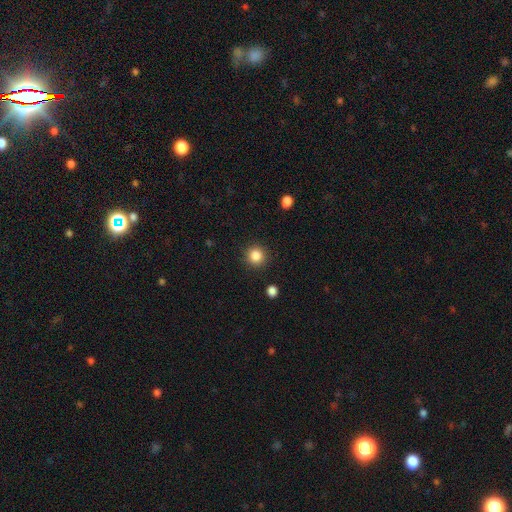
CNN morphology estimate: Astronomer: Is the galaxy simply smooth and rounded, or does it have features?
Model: smooth — 85%.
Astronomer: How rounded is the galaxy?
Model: round — 94%.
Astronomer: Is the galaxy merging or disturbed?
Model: none — 91%.